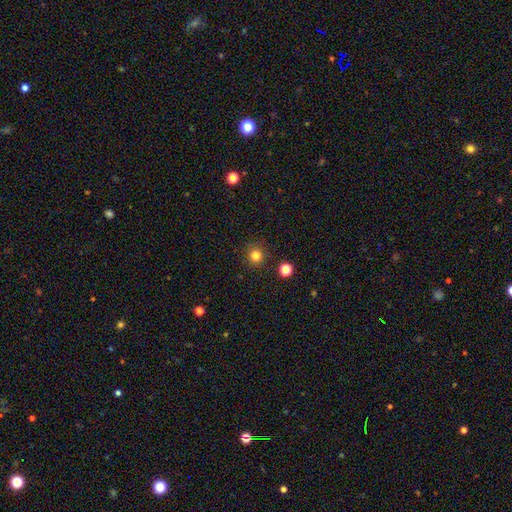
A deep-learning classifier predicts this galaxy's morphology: This is clearly a smooth galaxy (81%). How rounded: clearly round (94%). Merging: clearly none (90%).